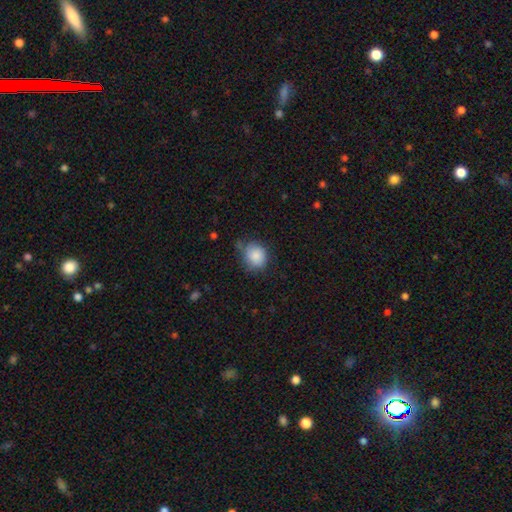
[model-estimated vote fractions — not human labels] Q: Smooth or featured?
A: smooth (85%); runner-up: star or artifact (8%)
Q: How rounded?
A: round (69%); runner-up: in between (30%)
Q: Merging?
A: none (62%); runner-up: minor disturbance (28%)